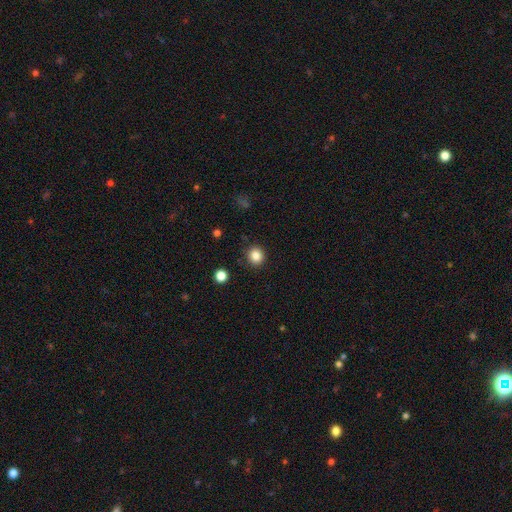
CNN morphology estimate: A smooth galaxy with no disk features (85%) that is round (90%).

Vote fractions:
- Smooth or featured? smooth: 85% / star or artifact: 11% / featured or disk: 4%
- How rounded? round: 90% / in between: 9% / cigar-shaped: 1%
- Merging? none: 90% / minor disturbance: 7% / major disturbance: 2% / merger: 1%